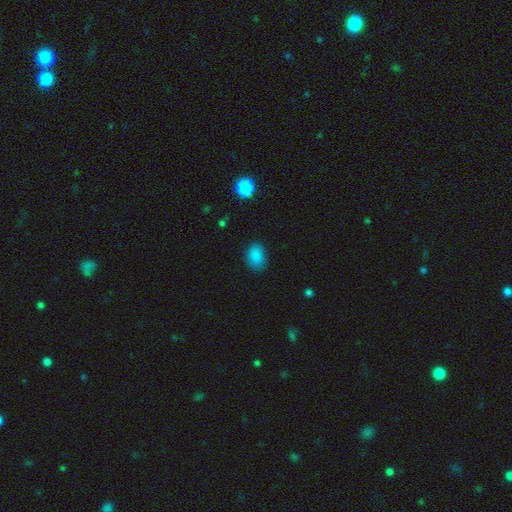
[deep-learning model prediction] smooth-or-featured: smooth: 85% | star or artifact: 11% | featured or disk: 4%
  how-rounded: in between: 78% | round: 21% | cigar-shaped: 1%
  merging: none: 77% | minor disturbance: 18% | major disturbance: 4% | merger: 1%